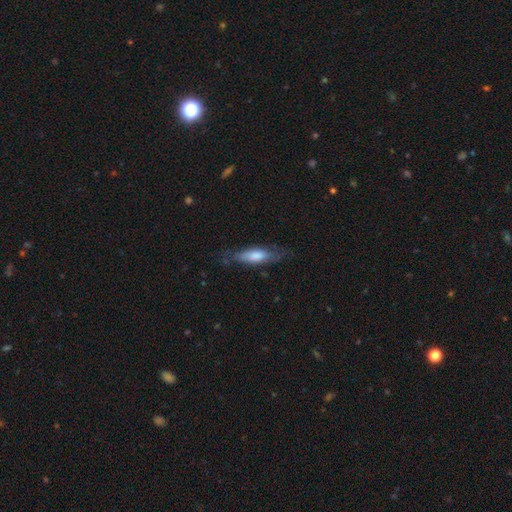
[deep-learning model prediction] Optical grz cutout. It shows a smooth galaxy with no disk features (64%) that is cigar-shaped (50%). Merging: none (65%).